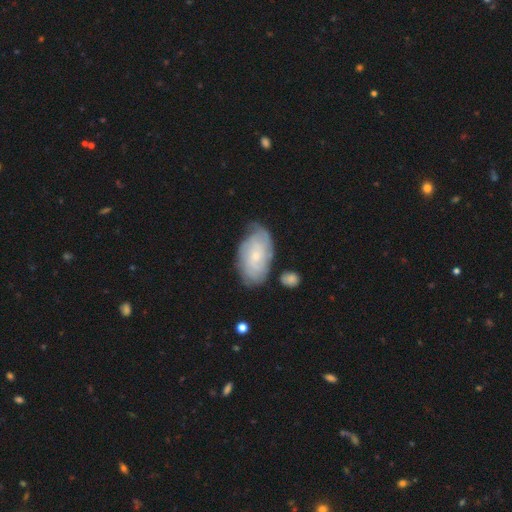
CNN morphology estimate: type=featured or disk (59%); edge-on=no (94%); bar=no (72%); spiral arms=yes (82%); bulge=small (66%); merging=none (63%).